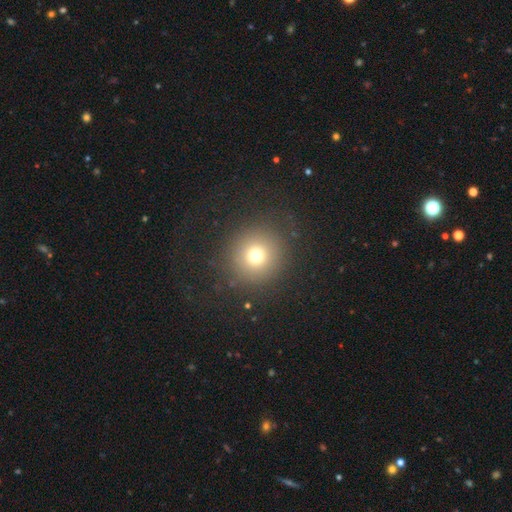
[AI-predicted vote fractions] Smooth or featured?
  - smooth: 71% *
  - star or artifact: 18%
  - featured or disk: 11%
How rounded?
  - round: 92% *
  - in between: 7%
  - cigar-shaped: 1%
Merging?
  - none: 86% *
  - minor disturbance: 8%
  - major disturbance: 5%
  - merger: 1%